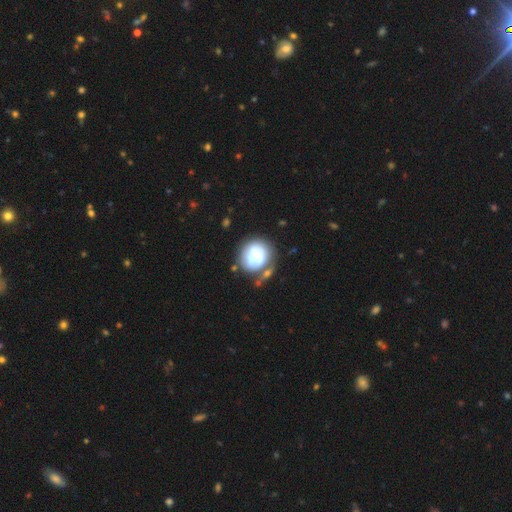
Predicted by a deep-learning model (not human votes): A smooth galaxy with no disk features (48%). Merging: none (43%).